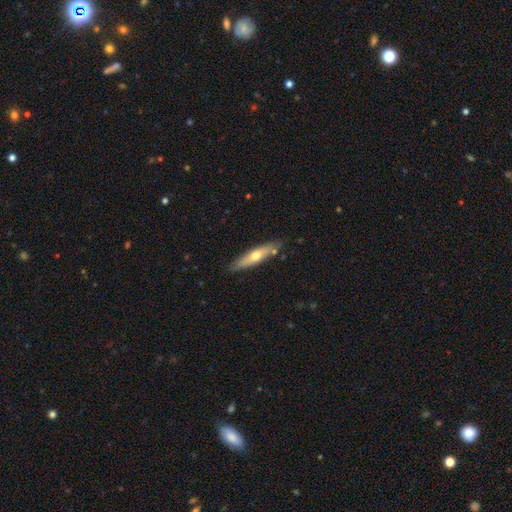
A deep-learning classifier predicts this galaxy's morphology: This is possibly a smooth galaxy (50%). Merging: clearly none (82%).